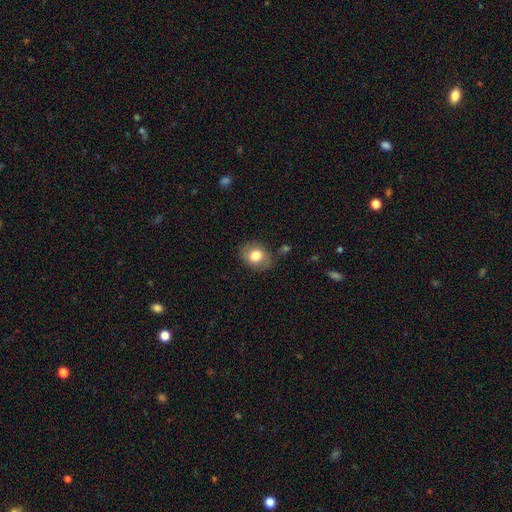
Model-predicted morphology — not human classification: smooth-or-featured: smooth: 77% | featured or disk: 15% | star or artifact: 8%
  how-rounded: in between: 58% | round: 41% | cigar-shaped: 1%
  merging: none: 80% | minor disturbance: 14% | major disturbance: 4% | merger: 2%